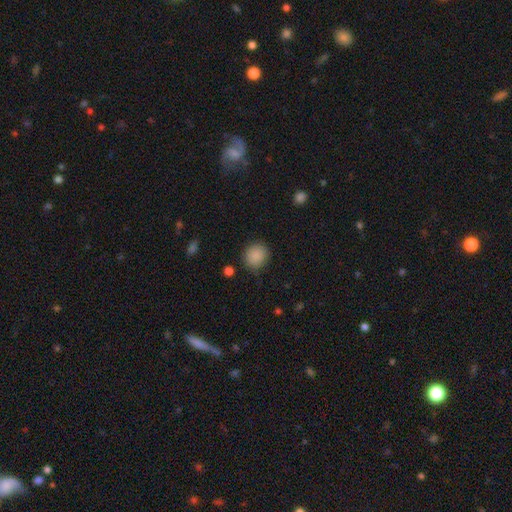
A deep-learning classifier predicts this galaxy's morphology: Smooth or featured? smooth (88%)
How rounded? round (83%)
Merging? none (87%)